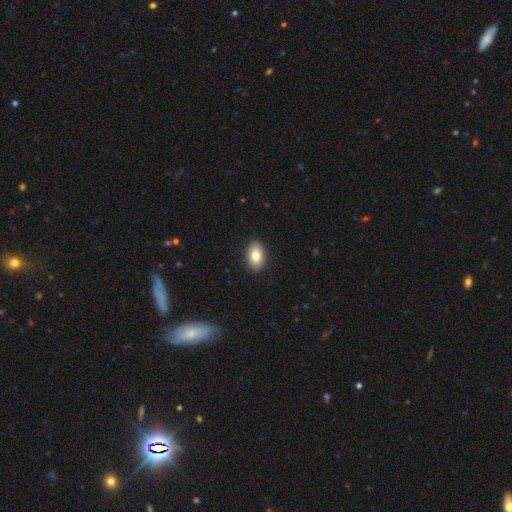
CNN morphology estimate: This is clearly a smooth galaxy (82%). How rounded: clearly in between (91%). Merging: clearly none (90%).